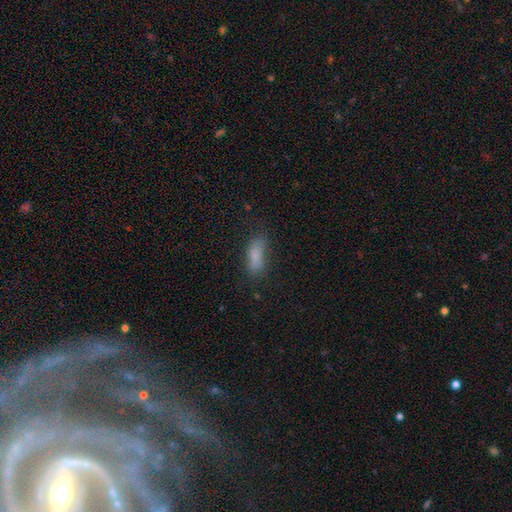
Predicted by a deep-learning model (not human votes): smooth-or-featured: smooth: 80% | star or artifact: 11% | featured or disk: 9%
  how-rounded: in between: 70% | cigar-shaped: 26% | round: 3%
  merging: none: 66% | minor disturbance: 22% | major disturbance: 9% | merger: 3%